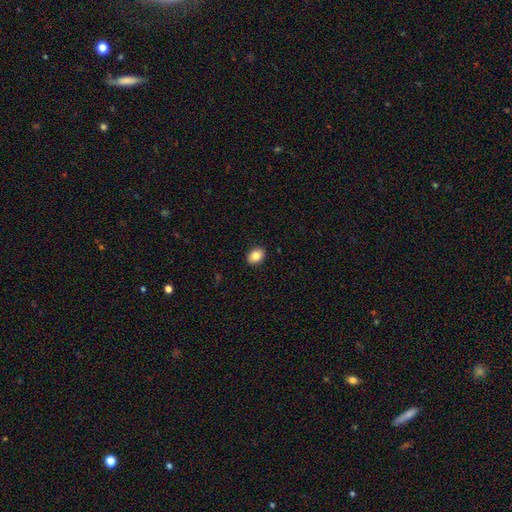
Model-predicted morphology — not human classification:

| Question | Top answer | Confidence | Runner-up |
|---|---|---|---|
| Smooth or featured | smooth | 85% | star or artifact (8%) |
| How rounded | in between | 70% | round (29%) |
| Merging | none | 91% | minor disturbance (6%) |